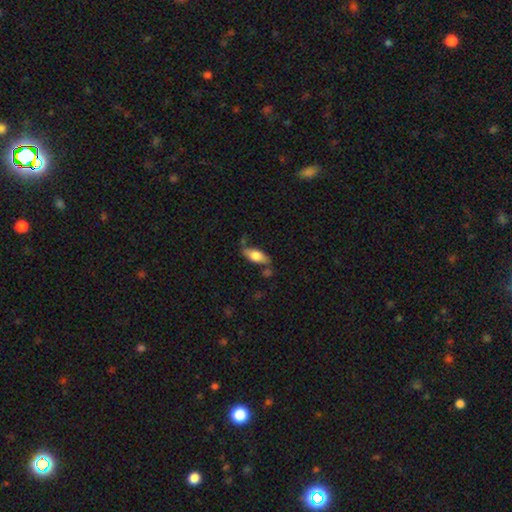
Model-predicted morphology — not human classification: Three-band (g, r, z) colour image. It shows a smooth galaxy with no disk features (68%) that is in between round and cigar-shaped (79%). Merging: none (64%).